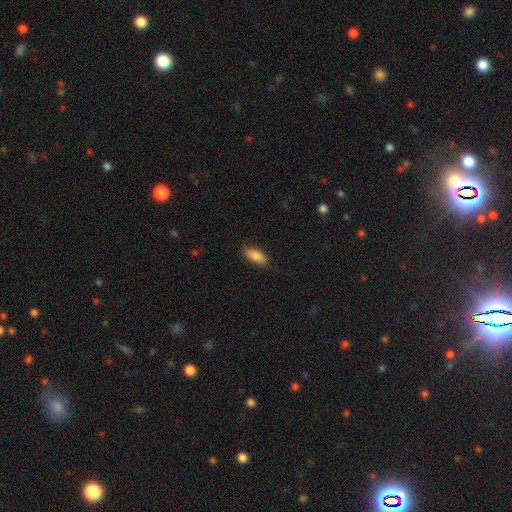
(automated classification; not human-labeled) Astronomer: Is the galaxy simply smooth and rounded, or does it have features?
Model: smooth — 85%.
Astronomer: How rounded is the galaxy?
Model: in between — 85%.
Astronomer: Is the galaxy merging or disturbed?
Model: none — 84%.